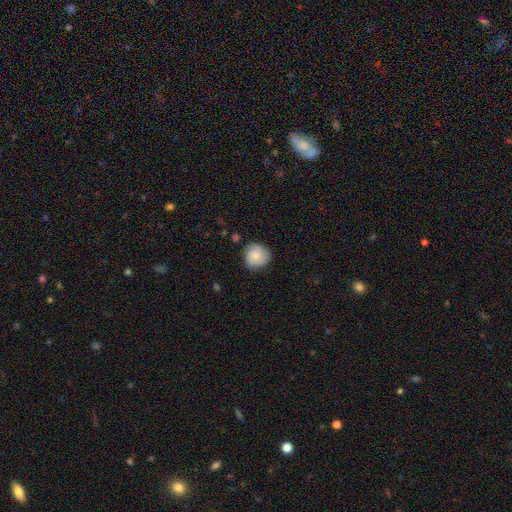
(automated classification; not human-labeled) smooth_or_featured: smooth (p=0.71) [alt: featured or disk p=0.22]
how_rounded: round (p=0.90) [alt: in between p=0.09]
merging: none (p=0.80) [alt: minor disturbance p=0.15]